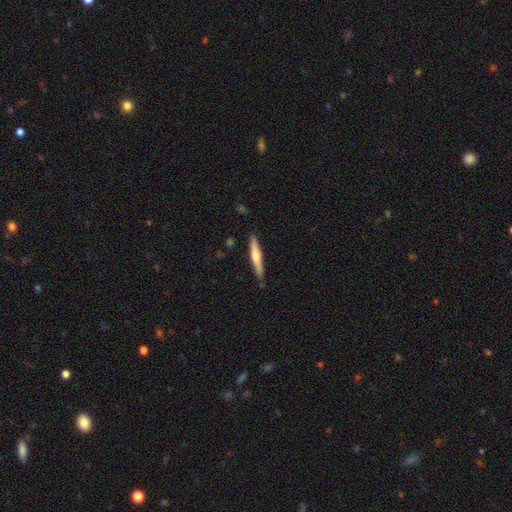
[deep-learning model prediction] The model was most divided on "smooth or featured": smooth: 50%, featured or disk: 45%, star or artifact: 5%. More confident: how rounded — cigar-shaped (93%); merging — none (86%).